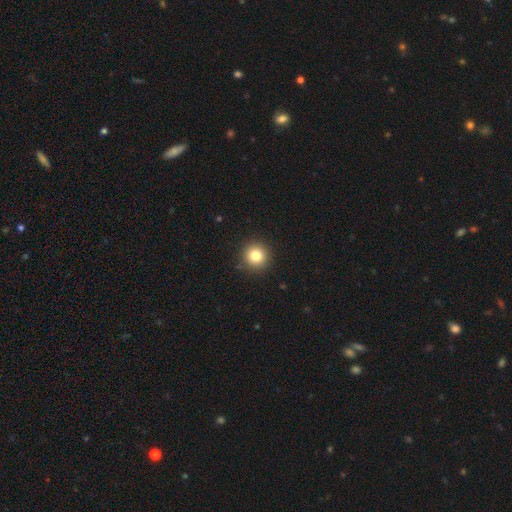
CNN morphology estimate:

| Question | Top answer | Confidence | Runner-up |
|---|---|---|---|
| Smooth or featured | smooth | 82% | star or artifact (11%) |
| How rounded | round | 94% | in between (5%) |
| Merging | none | 92% | minor disturbance (5%) |